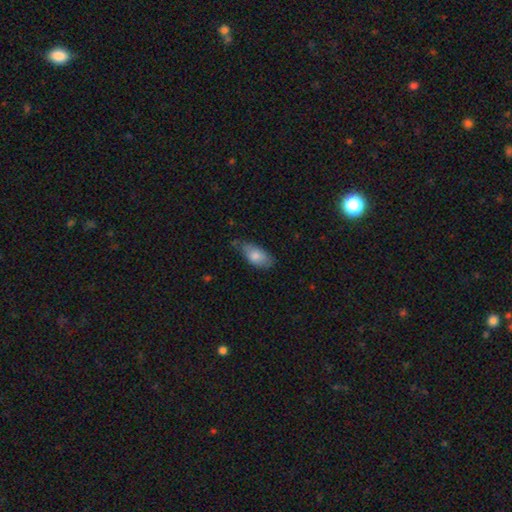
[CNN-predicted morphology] A smooth galaxy with no disk features (81%) that is in between round and cigar-shaped (91%). Merging: none (57%).